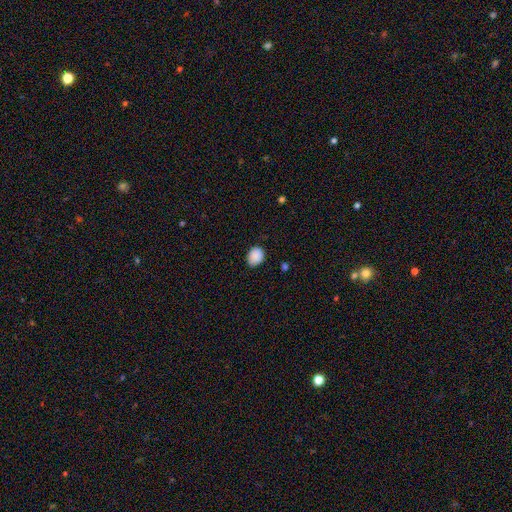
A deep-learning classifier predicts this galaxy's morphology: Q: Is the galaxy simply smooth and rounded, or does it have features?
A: smooth — 89%.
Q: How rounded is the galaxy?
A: round — 60%.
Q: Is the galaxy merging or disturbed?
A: none — 82%.